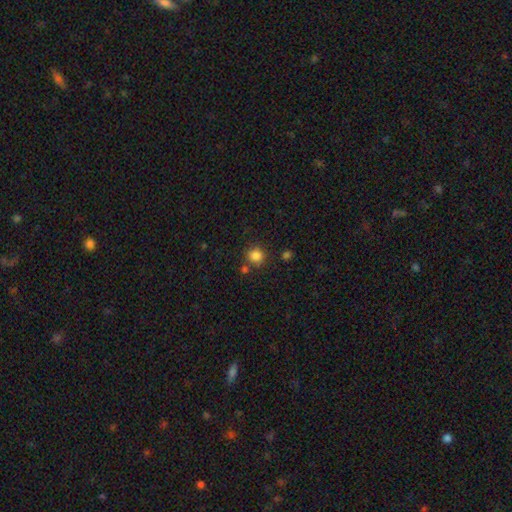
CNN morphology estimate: smooth-or-featured: smooth: 84% | star or artifact: 12% | featured or disk: 5%
  how-rounded: round: 85% | in between: 14% | cigar-shaped: 1%
  merging: none: 77% | minor disturbance: 11% | merger: 9% | major disturbance: 4%